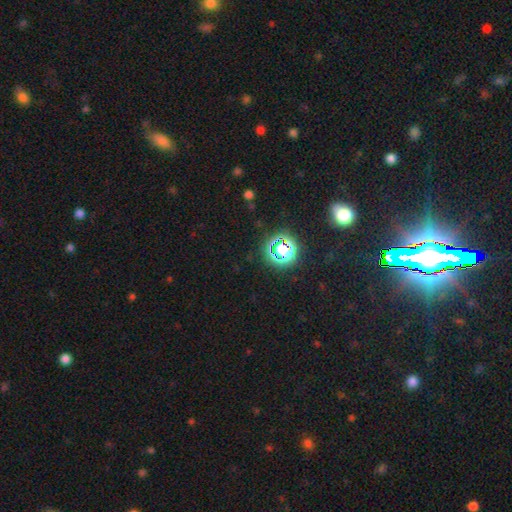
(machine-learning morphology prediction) smooth_or_featured: star or artifact (p=0.77) [alt: smooth p=0.15]